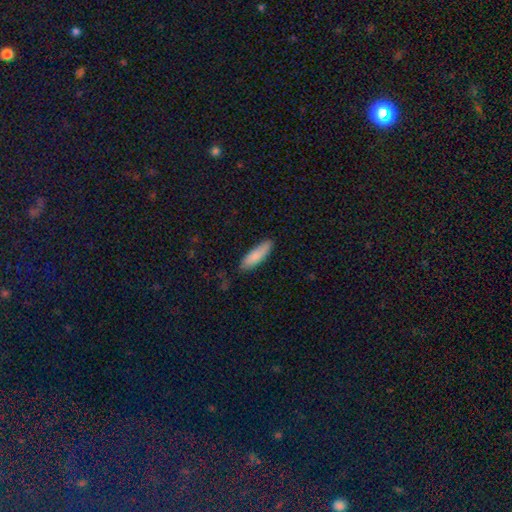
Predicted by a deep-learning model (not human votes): A smooth galaxy with no disk features (85%) that is cigar-shaped (59%).

Vote fractions:
- Smooth or featured? smooth: 85% / featured or disk: 9% / star or artifact: 6%
- How rounded? cigar-shaped: 59% / in between: 39% / round: 1%
- Merging? none: 81% / minor disturbance: 15% / major disturbance: 3% / merger: 1%